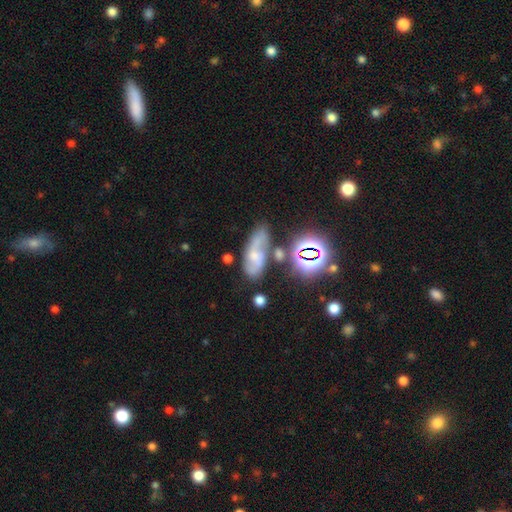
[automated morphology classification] A featured or disk galaxy (54%).

Vote fractions:
- Smooth or featured? featured or disk: 54% / smooth: 27% / star or artifact: 19%
- Edge-on disk? no: 92% / yes: 8%
- Merging? none: 56% / minor disturbance: 20% / merger: 14% / major disturbance: 10%